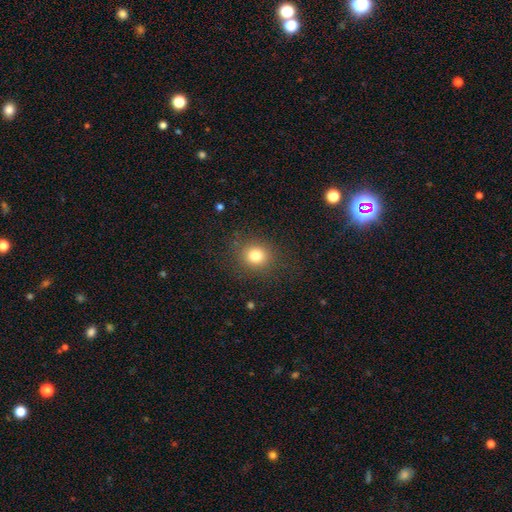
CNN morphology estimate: Overall: smooth (80%). How rounded: round (80%). Merging: none (86%).